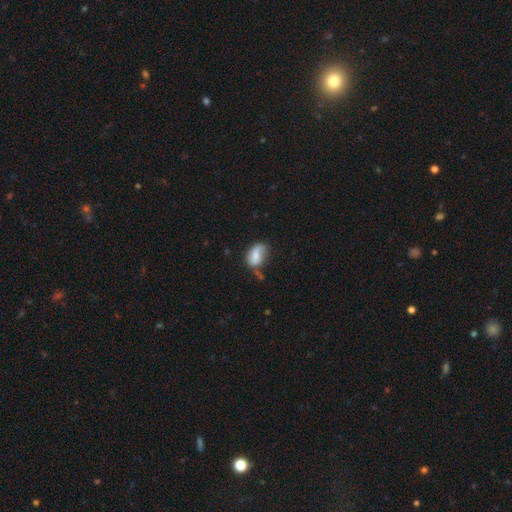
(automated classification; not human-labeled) Morphology: type=smooth (72%); roundness=in between (86%); merging=none (43%).